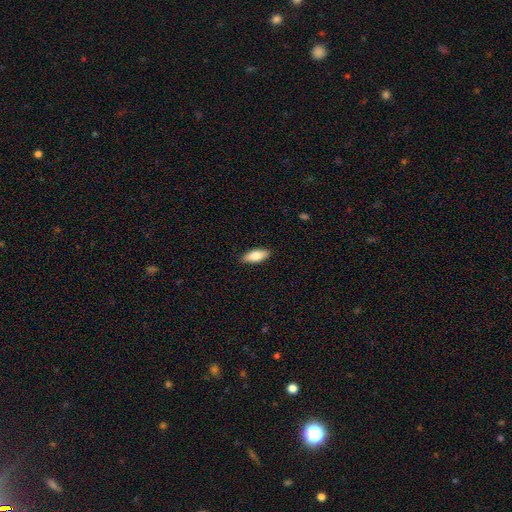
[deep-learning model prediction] The model was most divided on "how rounded": in between: 78%, cigar-shaped: 20%, round: 2%. More confident: merging — none (89%); smooth or featured — smooth (79%).